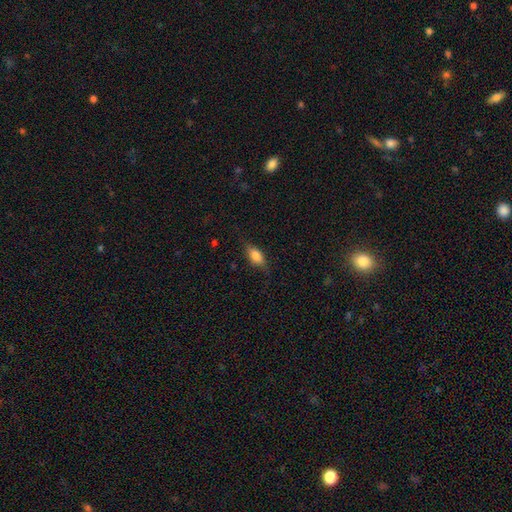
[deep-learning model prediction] This appears to be a smooth galaxy with no disk features (77%) that is in between round and cigar-shaped (83%). Merging: none (76%).